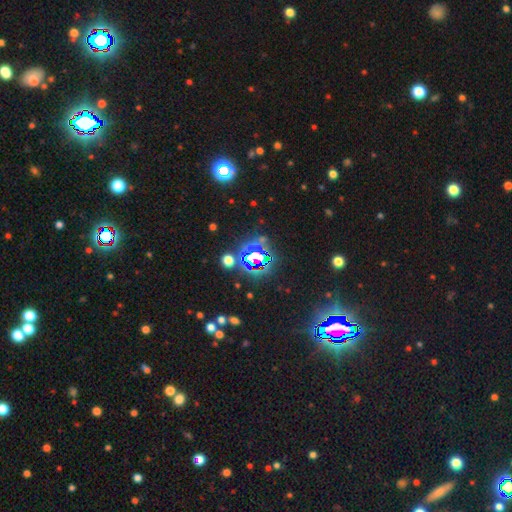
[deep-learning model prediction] star or artifact 79%, smooth 13%, featured or disk 8%.